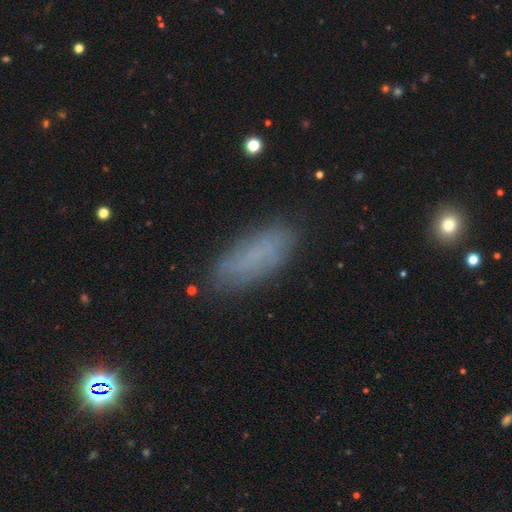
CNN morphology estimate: smooth-or-featured: smooth: 68% | featured or disk: 22% | star or artifact: 11%
  how-rounded: in between: 65% | cigar-shaped: 32% | round: 2%
  merging: none: 79% | minor disturbance: 15% | major disturbance: 4% | merger: 2%